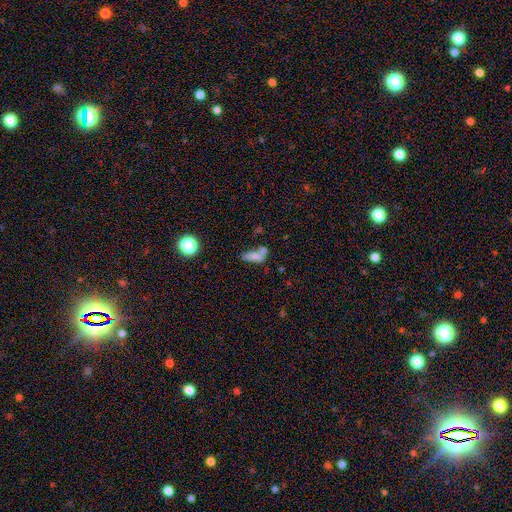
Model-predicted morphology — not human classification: smooth-or-featured: smooth: 68% | featured or disk: 18% | star or artifact: 13%
  how-rounded: in between: 67% | cigar-shaped: 27% | round: 6%
  merging: none: 37% (tied) | merger: 37% (tied) | minor disturbance: 16% | major disturbance: 10%